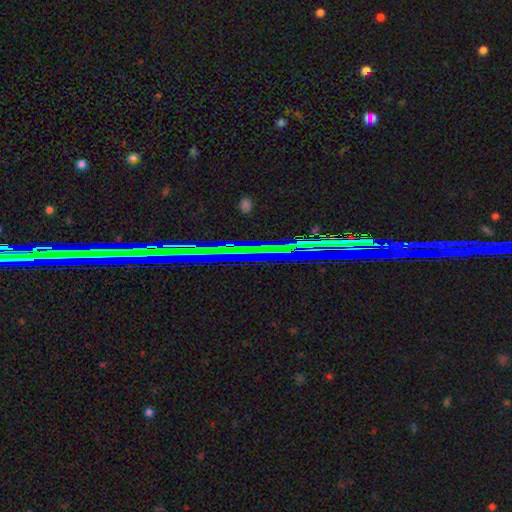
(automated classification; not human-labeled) smooth-or-featured: star or artifact: 74% | featured or disk: 16% | smooth: 10%